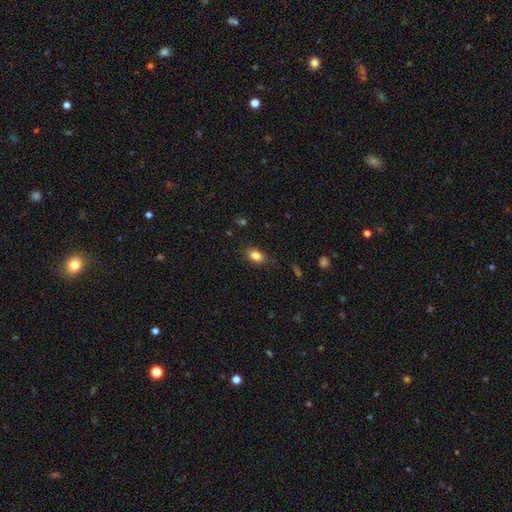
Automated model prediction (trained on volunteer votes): Smooth or featured: smooth — 84% (star or artifact — 9%)
How rounded: in between — 79% (round — 19%)
Merging: none — 84% (minor disturbance — 12%)